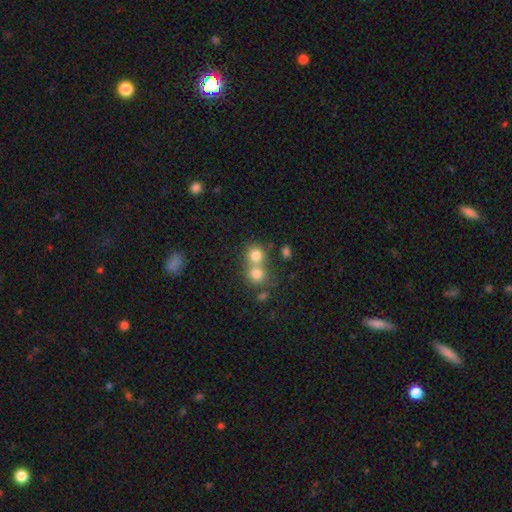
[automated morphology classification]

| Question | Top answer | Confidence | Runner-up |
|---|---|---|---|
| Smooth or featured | smooth | 78% | star or artifact (12%) |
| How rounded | round | 83% | in between (16%) |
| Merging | merger | 51% | none (40%) |